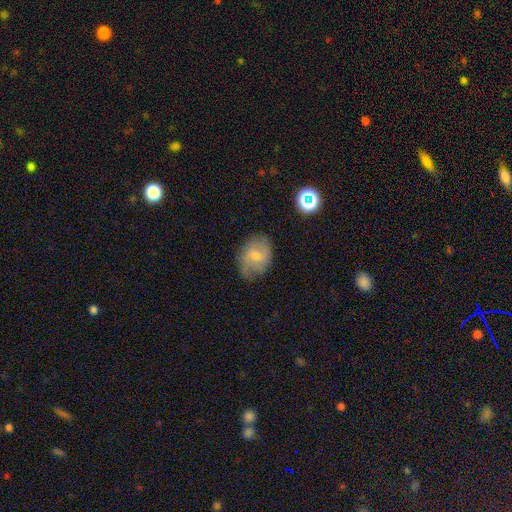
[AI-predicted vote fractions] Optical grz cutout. It shows a smooth galaxy with no disk features (55%) that is in between round and cigar-shaped (62%). Merging: none (63%).